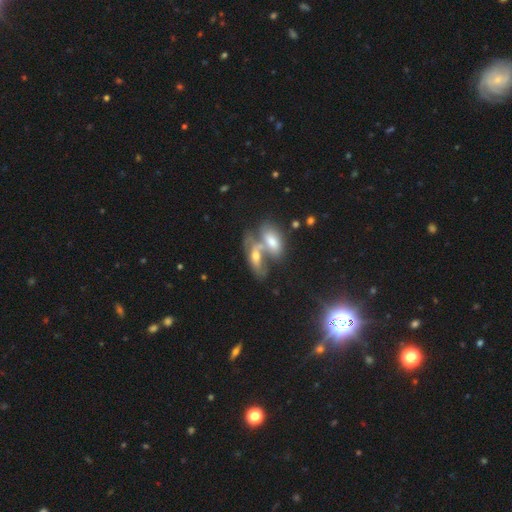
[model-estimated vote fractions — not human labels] smooth 48%, featured or disk 43%, star or artifact 9%. Down the decision tree: merging — merger (69%).